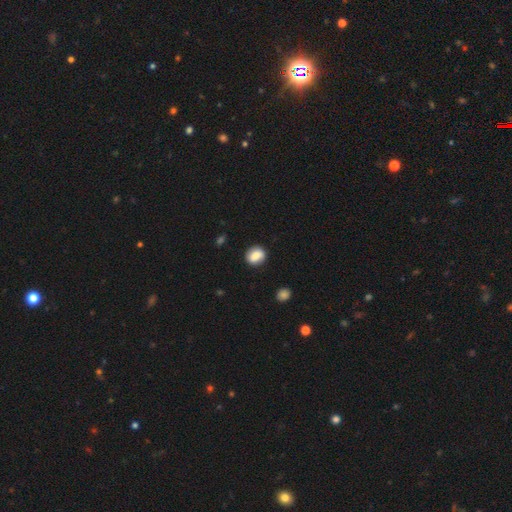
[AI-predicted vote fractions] Smooth or featured? Predicted: smooth (p=0.79). How rounded? Predicted: round (p=0.59). Merging? Predicted: none (p=0.84).